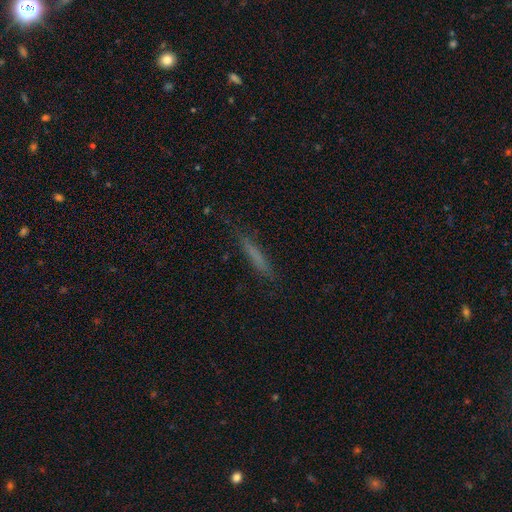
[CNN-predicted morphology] Smooth or featured? Predicted: smooth (p=0.64). How rounded? Predicted: cigar-shaped (p=0.93). Merging? Predicted: none (p=0.81).